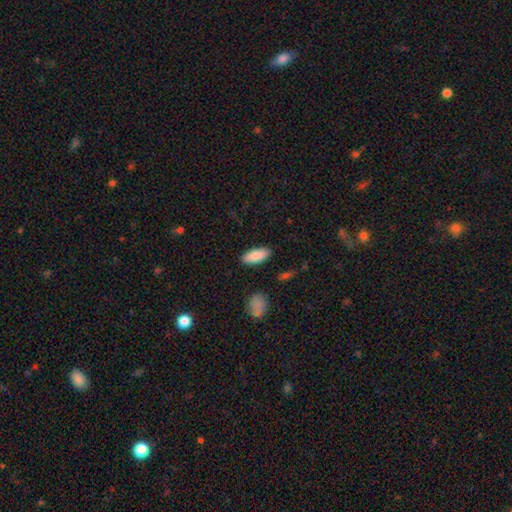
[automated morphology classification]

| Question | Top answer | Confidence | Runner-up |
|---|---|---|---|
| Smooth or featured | smooth | 87% | featured or disk (7%) |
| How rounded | in between | 82% | cigar-shaped (16%) |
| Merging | none | 88% | minor disturbance (8%) |